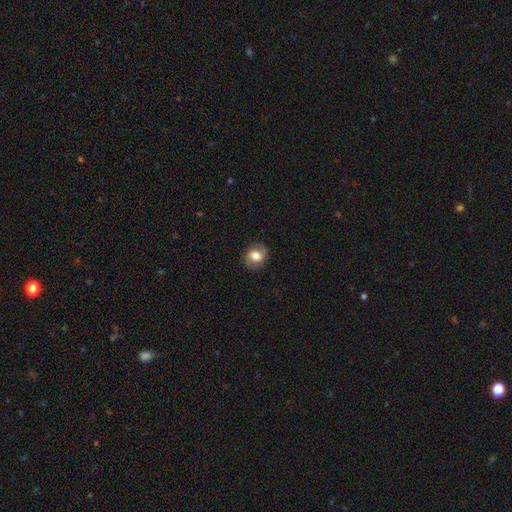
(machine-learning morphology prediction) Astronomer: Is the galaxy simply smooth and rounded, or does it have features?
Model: smooth — 59%.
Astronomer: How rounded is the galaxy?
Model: round — 75%.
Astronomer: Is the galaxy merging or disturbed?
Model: none — 83%.